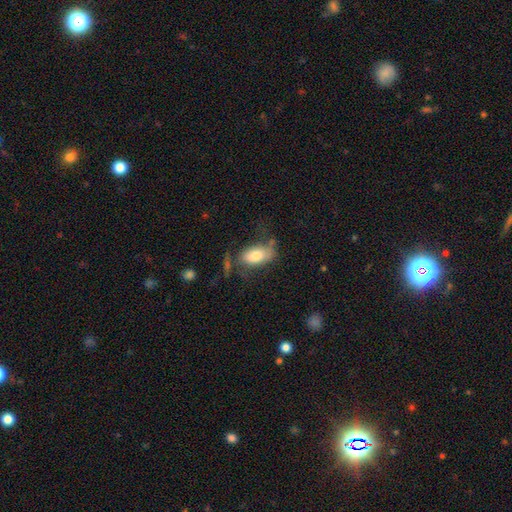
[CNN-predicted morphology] The model was most divided on "merging": none: 44%, minor disturbance: 25%, major disturbance: 23%, merger: 7%. More confident: how rounded — in between (92%); smooth or featured — smooth (70%).